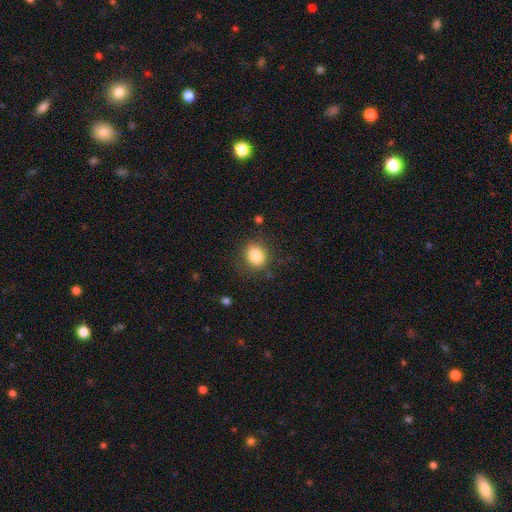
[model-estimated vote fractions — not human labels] This appears to be a smooth galaxy with no disk features (83%) that is round (76%). Merging: none (82%).